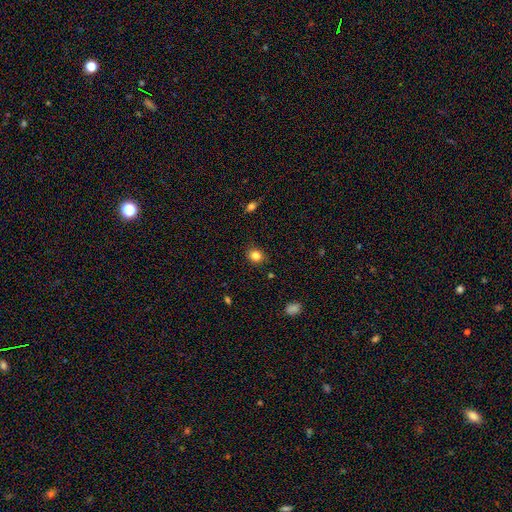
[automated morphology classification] smooth-or-featured: smooth: 84% | star or artifact: 11% | featured or disk: 5%
  how-rounded: round: 73% | in between: 26% | cigar-shaped: 1%
  merging: none: 87% | minor disturbance: 9% | major disturbance: 2% | merger: 1%